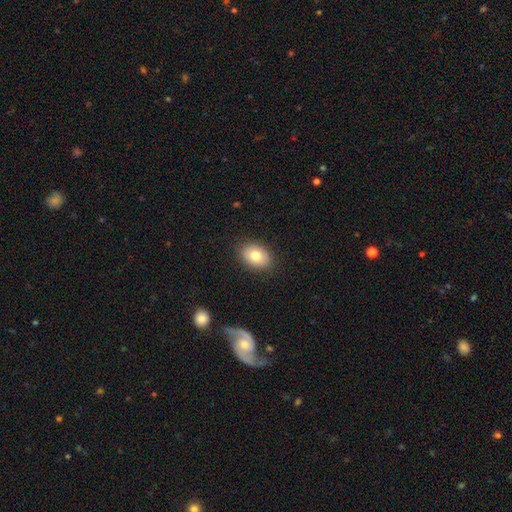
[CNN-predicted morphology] Smooth or featured: smooth — 79% (featured or disk — 13%)
How rounded: in between — 78% (round — 21%)
Merging: none — 87% (minor disturbance — 10%)